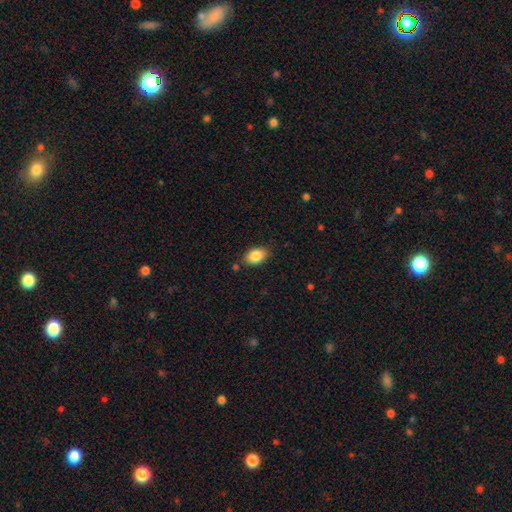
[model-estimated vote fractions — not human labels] A smooth galaxy with no disk features (86%) that is in between round and cigar-shaped (87%). Merging: none (82%).